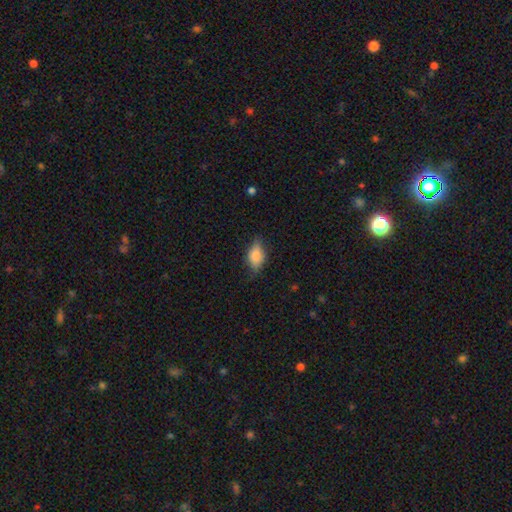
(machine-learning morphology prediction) Smooth or featured? smooth (69%)
How rounded? in between (84%)
Merging? none (65%)